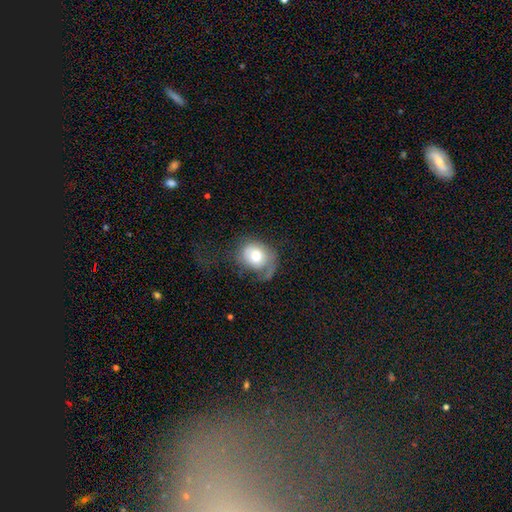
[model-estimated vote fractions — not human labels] This is likely a smooth galaxy (64%). How rounded: possibly round (58%). Merging: marginally major disturbance (37%).